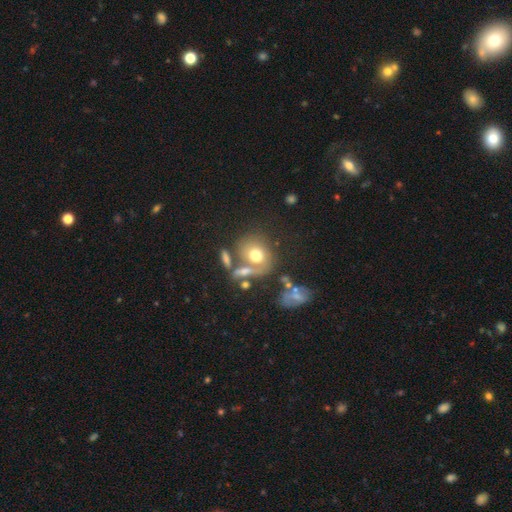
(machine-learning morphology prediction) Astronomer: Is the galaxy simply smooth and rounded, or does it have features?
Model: smooth — 66%.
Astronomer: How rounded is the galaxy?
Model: round — 63%.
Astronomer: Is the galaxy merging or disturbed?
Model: none — 47% (runner-up: merger, 27%).